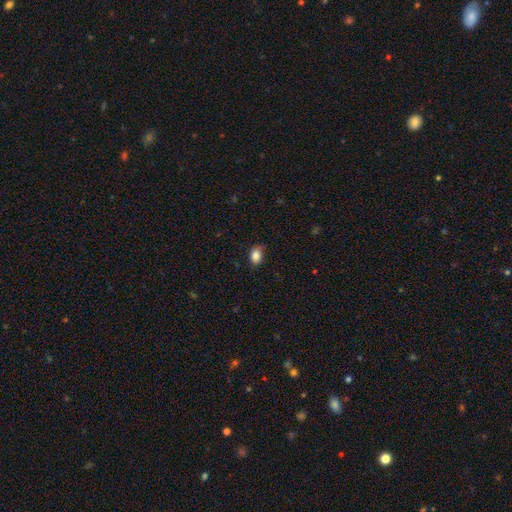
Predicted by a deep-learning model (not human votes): Smooth or featured?
  - smooth: 86% *
  - star or artifact: 9%
  - featured or disk: 5%
How rounded?
  - in between: 77% *
  - round: 22%
  - cigar-shaped: 1%
Merging?
  - none: 71% *
  - minor disturbance: 24%
  - major disturbance: 5%
  - merger: 1%